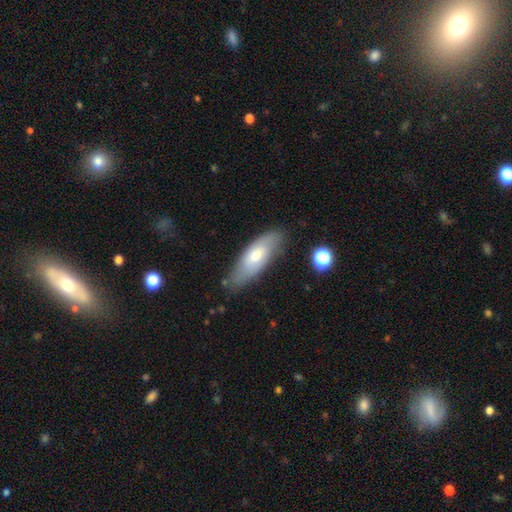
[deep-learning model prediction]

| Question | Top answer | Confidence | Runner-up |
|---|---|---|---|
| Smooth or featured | smooth | 63% | featured or disk (31%) |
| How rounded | in between | 65% | cigar-shaped (33%) |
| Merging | none | 76% | minor disturbance (18%) |